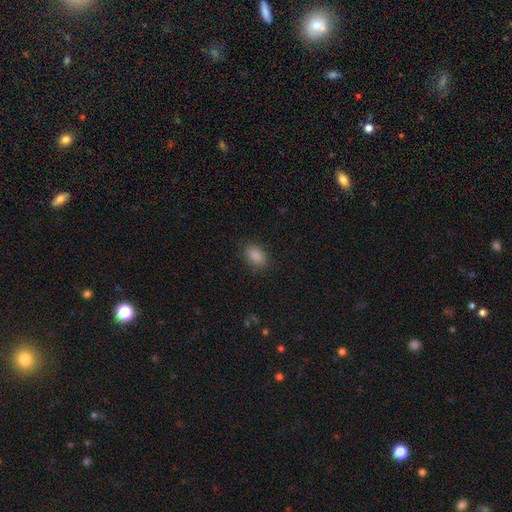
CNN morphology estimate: This appears to be a smooth galaxy with no disk features (88%) that is in between round and cigar-shaped (86%). Merging: none (85%).